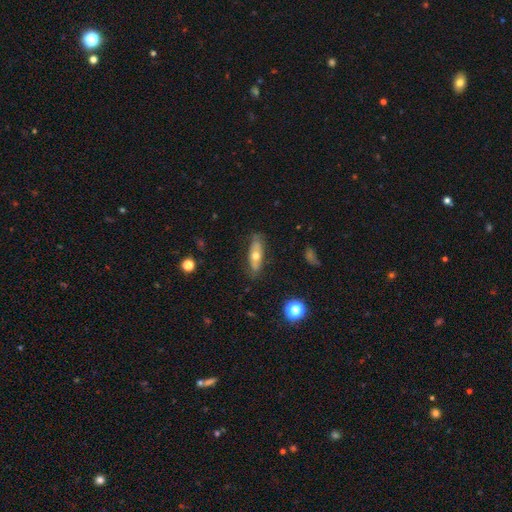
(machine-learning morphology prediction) Smooth or featured?
  - smooth: 48% *
  - featured or disk: 45%
  - star or artifact: 7%
Merging?
  - none: 77% *
  - minor disturbance: 17%
  - major disturbance: 4%
  - merger: 2%